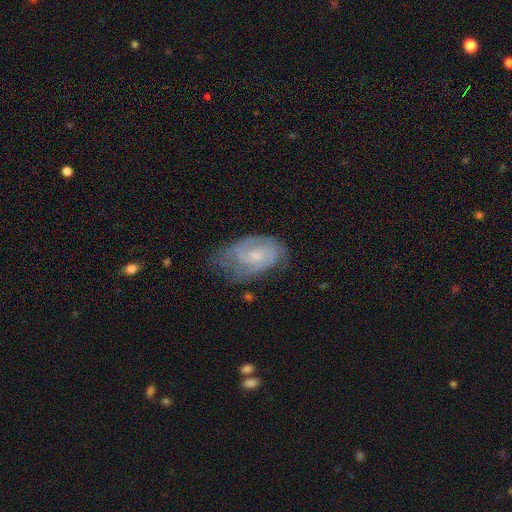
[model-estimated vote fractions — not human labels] Q: Smooth or featured?
A: featured or disk (75%); runner-up: smooth (18%)
Q: Edge-on disk?
A: no (96%); runner-up: yes (4%)
Q: Bar?
A: no (63%); runner-up: weak (33%)
Q: Spiral arms?
A: yes (92%); runner-up: no (8%)
Q: Spiral winding?
A: tight (52%); runner-up: medium (38%)
Q: Spiral arm count?
A: 2 (50%); runner-up: can't tell (27%)
Q: Bulge size?
A: small (53%); runner-up: moderate (37%)
Q: Merging?
A: none (59%); runner-up: minor disturbance (28%)